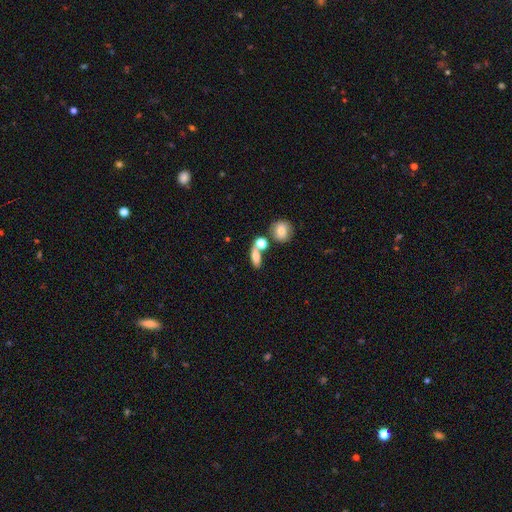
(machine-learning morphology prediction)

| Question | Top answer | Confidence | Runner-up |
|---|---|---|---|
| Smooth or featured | smooth | 76% | featured or disk (14%) |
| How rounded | in between | 67% | round (17%) |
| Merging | none | 47% | merger (33%) |